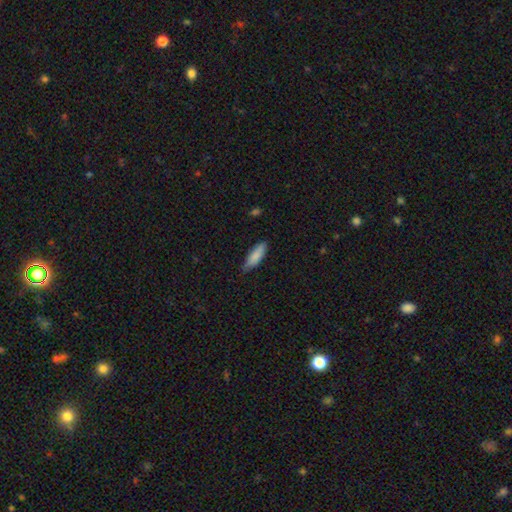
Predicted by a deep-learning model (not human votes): Overall: smooth (85%). How rounded: in between (52%; cigar-shaped 46%). Merging: none (74%).